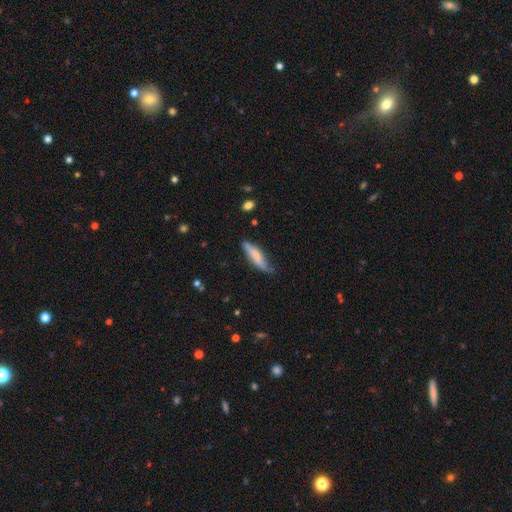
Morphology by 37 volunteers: A featured or disk galaxy (57%) viewed edge-on (76%) with a rounded central bulge (44%). Merging: none (67%).